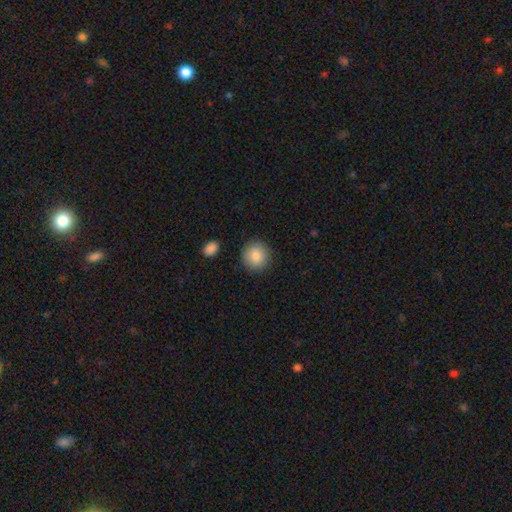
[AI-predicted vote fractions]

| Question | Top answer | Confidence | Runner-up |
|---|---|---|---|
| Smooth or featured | smooth | 85% | star or artifact (8%) |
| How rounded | round | 91% | in between (8%) |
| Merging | none | 89% | minor disturbance (7%) |